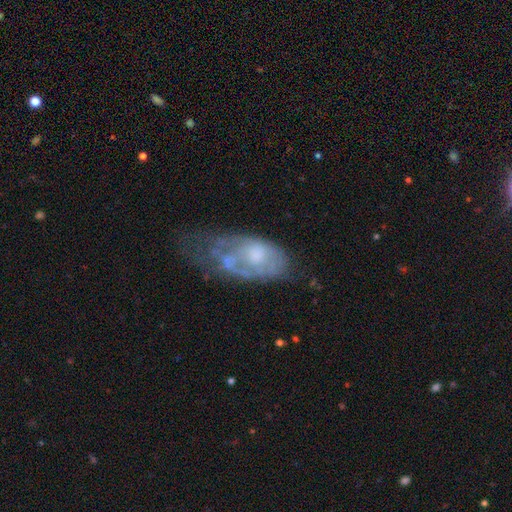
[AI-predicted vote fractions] Smooth or featured?
  - featured or disk: 61% *
  - smooth: 31%
  - star or artifact: 8%
Edge-on disk?
  - no: 94% *
  - yes: 6%
Bar?
  - no: 83% *
  - weak: 15%
  - strong: 2%
Spiral arms?
  - no: 65% *
  - yes: 35%
Bulge size?
  - moderate: 47% *
  - small: 21%
  - none: 17%
  - large: 13%
  - dominant: 2%
Merging?
  - major disturbance: 33% *
  - none: 31%
  - minor disturbance: 30%
  - merger: 6%